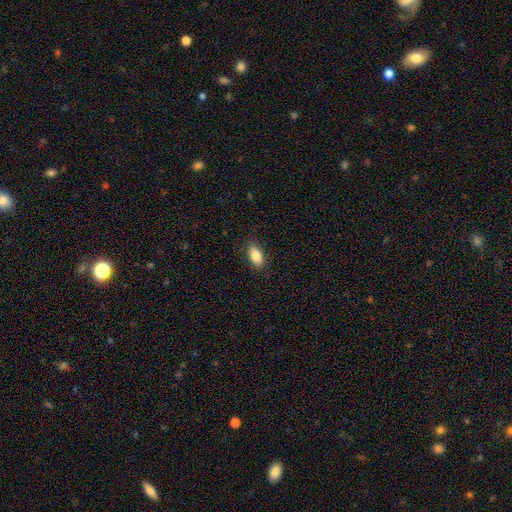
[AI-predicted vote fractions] A smooth galaxy with no disk features (84%) that is in between round and cigar-shaped (91%). Merging: none (87%).